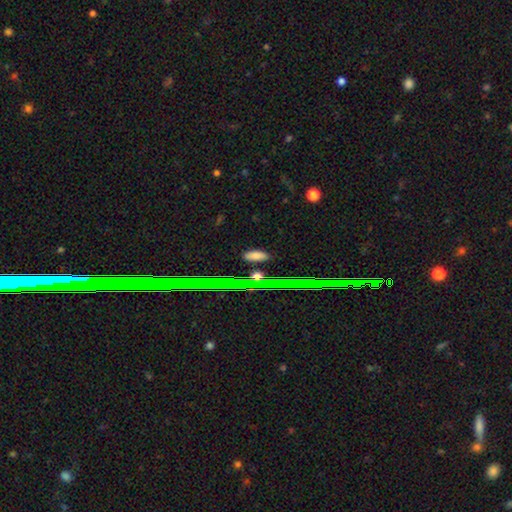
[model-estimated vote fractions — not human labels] Smooth or featured? Predicted: smooth (p=0.73). How rounded? Predicted: in between (p=0.81). Merging? Predicted: none (p=0.87).